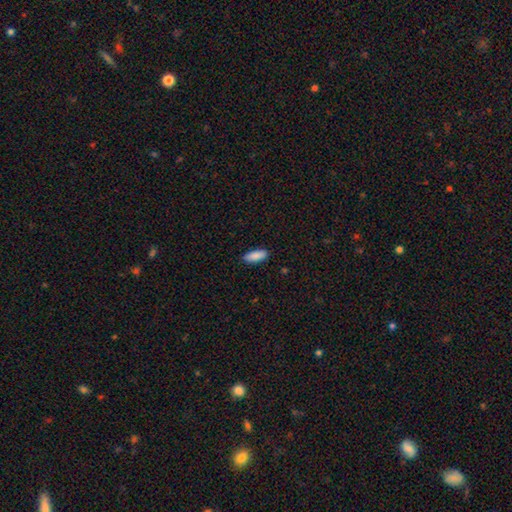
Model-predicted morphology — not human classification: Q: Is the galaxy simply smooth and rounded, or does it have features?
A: smooth — 89%.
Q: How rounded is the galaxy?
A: in between — 75%.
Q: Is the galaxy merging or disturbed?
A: none — 89%.